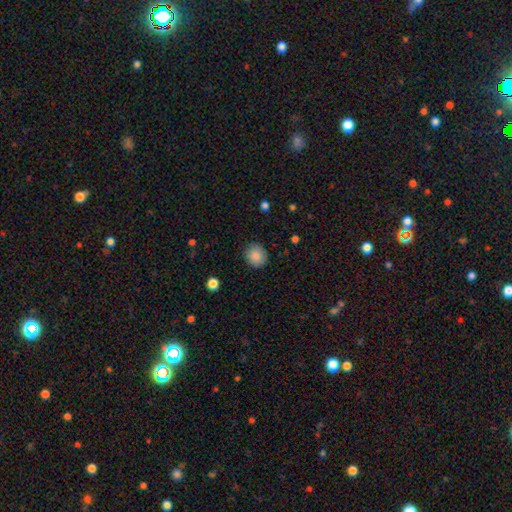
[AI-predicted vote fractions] Morphology: type=smooth (87%); roundness=round (84%); merging=none (85%).